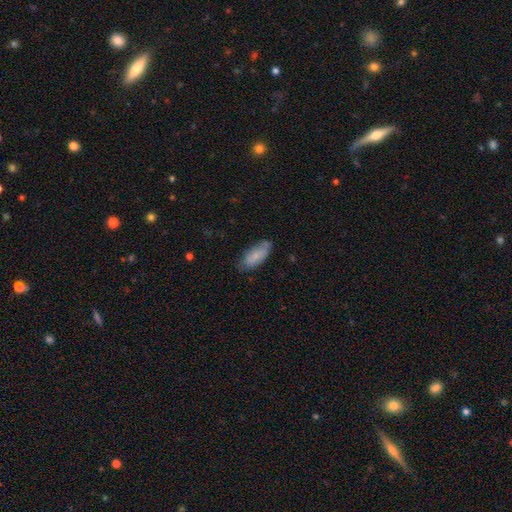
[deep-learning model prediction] Overall: smooth (77%). How rounded: in between (82%). Merging: none (66%; minor disturbance 27%).